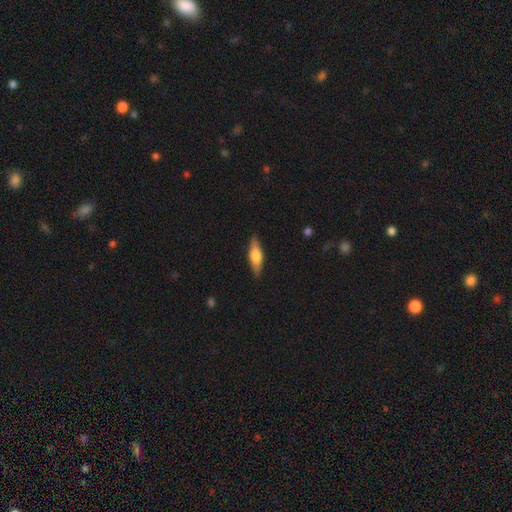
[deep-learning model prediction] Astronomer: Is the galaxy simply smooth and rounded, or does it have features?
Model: smooth — 54% (runner-up: featured or disk, 41%).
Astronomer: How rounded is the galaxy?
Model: cigar-shaped — 50% (runner-up: in between, 48%).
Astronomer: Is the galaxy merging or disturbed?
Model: none — 87%.